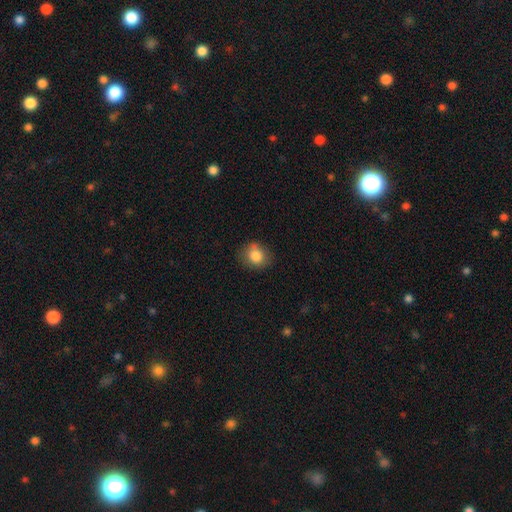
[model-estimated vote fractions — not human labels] Smooth or featured?
  - smooth: 83% *
  - star or artifact: 9%
  - featured or disk: 8%
How rounded?
  - round: 65% *
  - in between: 34%
  - cigar-shaped: 1%
Merging?
  - none: 73% *
  - minor disturbance: 20%
  - major disturbance: 5%
  - merger: 2%